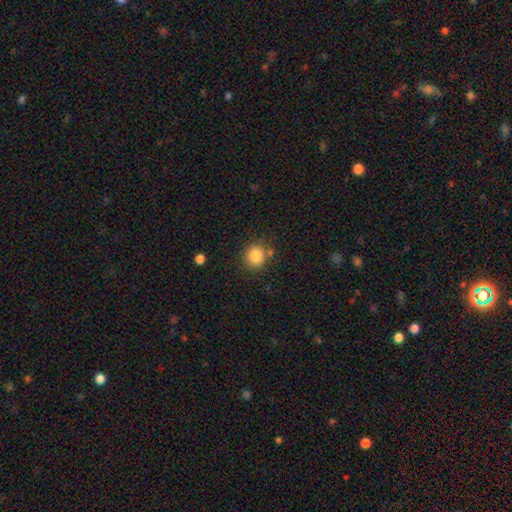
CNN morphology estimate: The model was most divided on "merging": none: 79%, minor disturbance: 11%, merger: 7%, major disturbance: 4%. More confident: how rounded — round (90%); smooth or featured — smooth (85%).